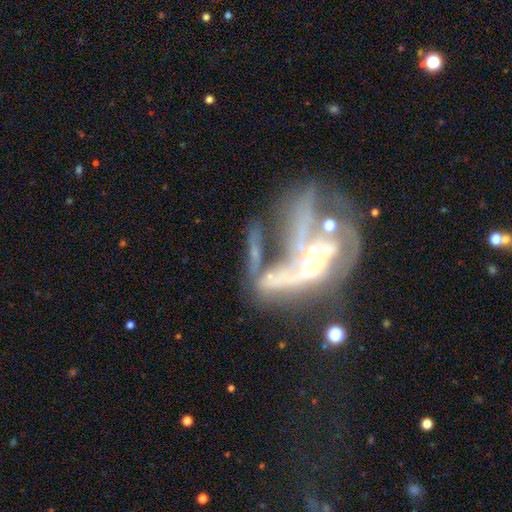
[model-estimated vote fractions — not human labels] featured or disk 73%, star or artifact 16%, smooth 10%. Down the decision tree: edge-on disk — no (93%); bar — no (59%); spiral arms — yes (63%); bulge size — small (35%); merging — major disturbance (39%).